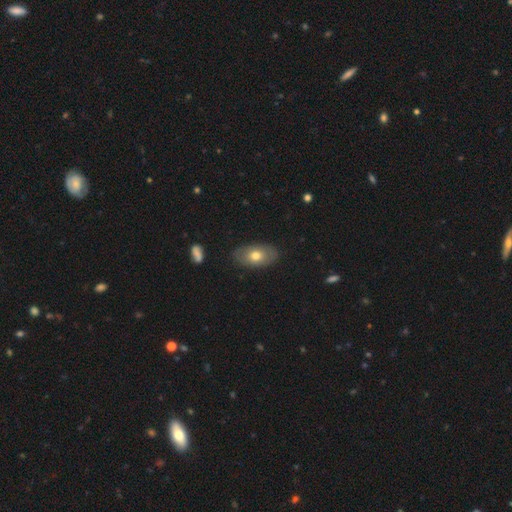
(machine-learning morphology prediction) Overall: smooth (65%; featured or disk 28%). How rounded: in between (91%). Merging: none (83%).